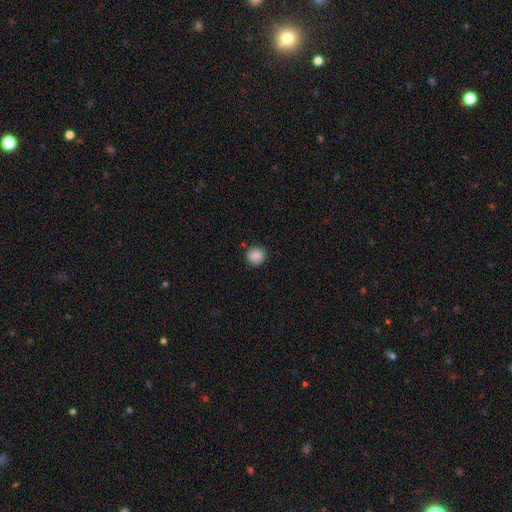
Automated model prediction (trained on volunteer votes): A smooth galaxy with no disk features (87%) that is round (86%).

Vote fractions:
- Smooth or featured? smooth: 87% / star or artifact: 9% / featured or disk: 4%
- How rounded? round: 86% / in between: 13% / cigar-shaped: 1%
- Merging? none: 85% / minor disturbance: 10% / major disturbance: 2% / merger: 2%